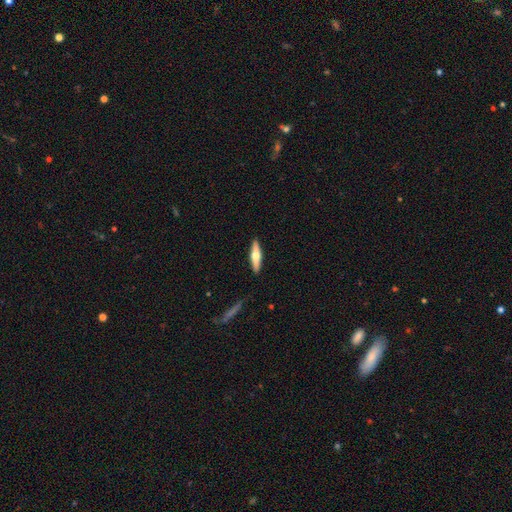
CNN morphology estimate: smooth_or_featured: featured or disk (p=0.51) [alt: smooth p=0.43]
disk_edge_on: yes (p=0.93) [alt: no p=0.07]
merging: none (p=0.90) [alt: minor disturbance p=0.07]